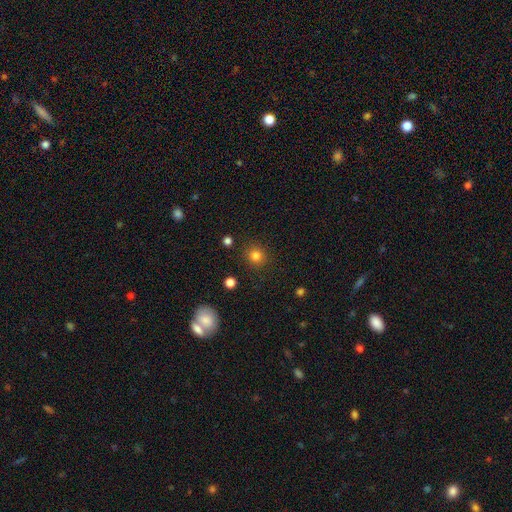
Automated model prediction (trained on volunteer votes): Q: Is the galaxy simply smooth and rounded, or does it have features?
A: smooth — 81%.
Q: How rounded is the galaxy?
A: round — 91%.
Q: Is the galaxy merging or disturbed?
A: none — 89%.